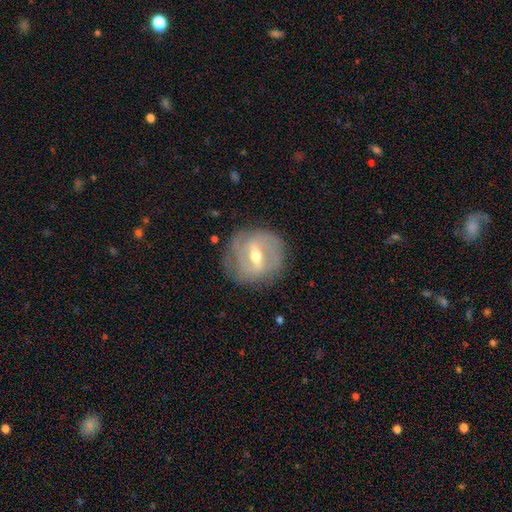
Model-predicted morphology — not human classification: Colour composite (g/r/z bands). It shows a featured or disk galaxy (78%) with a strong bar (49%), 2 (51%) tight (47%) spiral arms (77%) and a moderate central bulge (68%). Merging: none (79%).